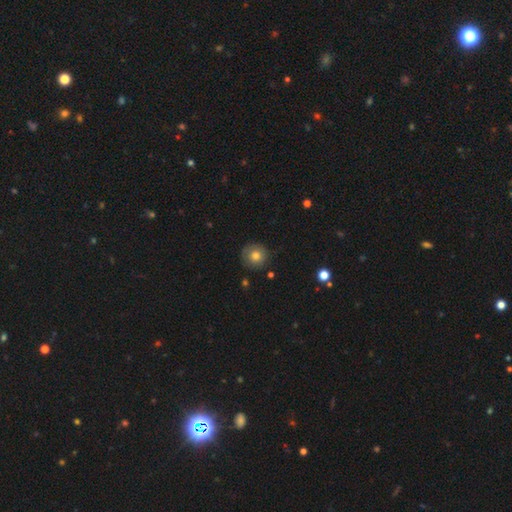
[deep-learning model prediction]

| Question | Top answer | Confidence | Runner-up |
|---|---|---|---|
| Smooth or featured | smooth | 75% | featured or disk (16%) |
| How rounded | round | 94% | in between (5%) |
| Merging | none | 85% | minor disturbance (11%) |